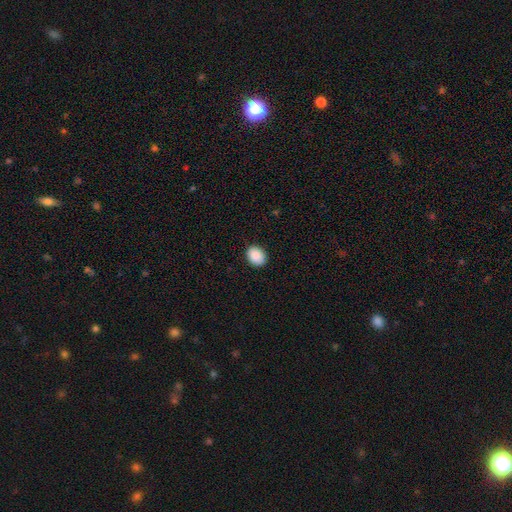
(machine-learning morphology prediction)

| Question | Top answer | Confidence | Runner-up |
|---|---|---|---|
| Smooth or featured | smooth | 89% | star or artifact (7%) |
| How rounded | in between | 55% | round (44%) |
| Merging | none | 90% | minor disturbance (8%) |